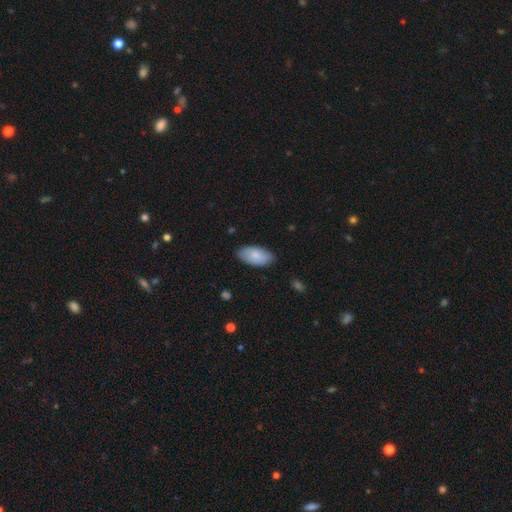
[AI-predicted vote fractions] This appears to be a smooth galaxy with no disk features (82%) that is in between round and cigar-shaped (95%). Merging: none (83%).